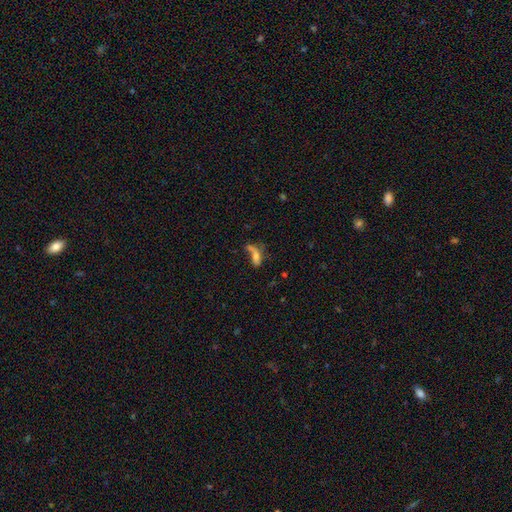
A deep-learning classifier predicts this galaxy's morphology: smooth-or-featured: smooth: 50% | featured or disk: 35% | star or artifact: 16%
  merging: major disturbance: 36% | none: 28% | merger: 20% | minor disturbance: 16%